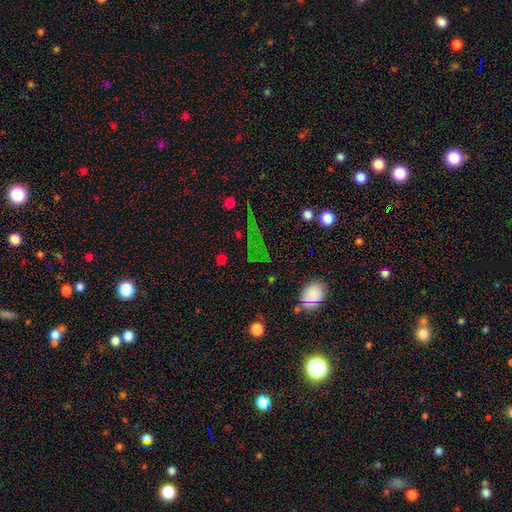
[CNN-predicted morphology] A star or artifact, not a galaxy (57%).

Vote fractions:
- Smooth or featured? star or artifact: 57% / smooth: 31% / featured or disk: 11%